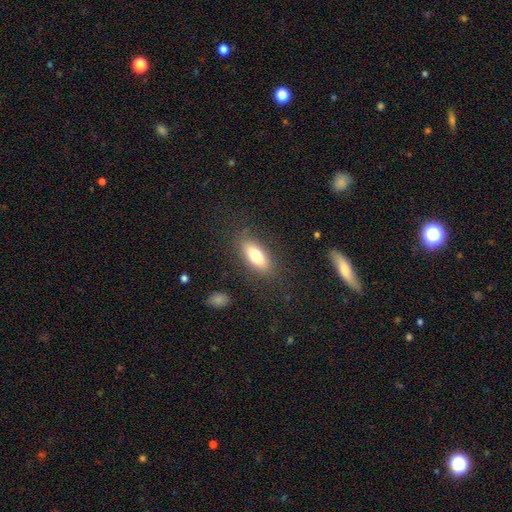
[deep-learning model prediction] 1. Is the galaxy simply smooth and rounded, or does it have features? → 74% smooth, 18% featured or disk, 7% star or artifact.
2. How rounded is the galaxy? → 79% in between, 17% cigar-shaped, 3% round.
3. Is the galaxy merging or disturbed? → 82% none, 12% minor disturbance, 4% major disturbance, 1% merger.